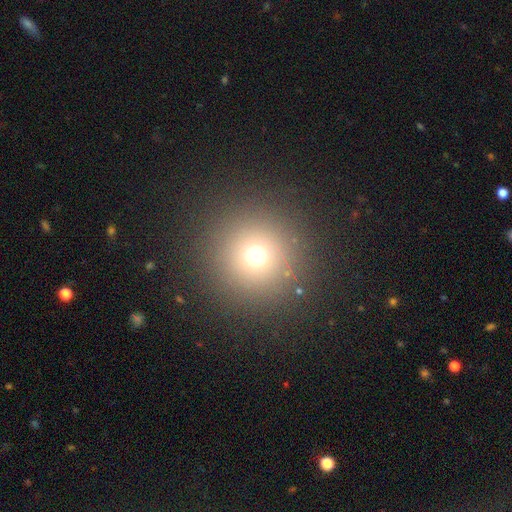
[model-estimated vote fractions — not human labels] The model was most divided on "smooth or featured": smooth: 69%, star or artifact: 21%, featured or disk: 10%. More confident: how rounded — round (96%); merging — none (90%).